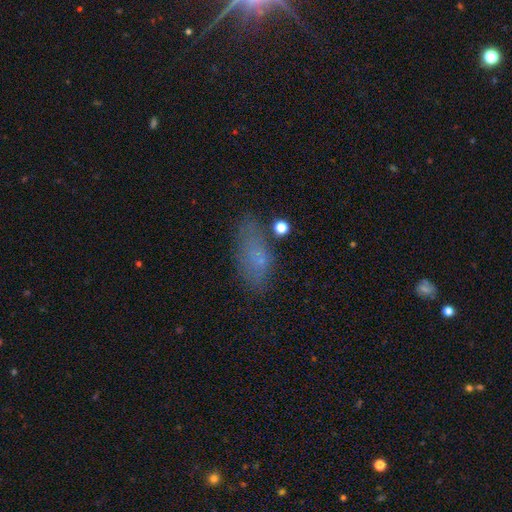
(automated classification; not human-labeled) A smooth galaxy with no disk features (65%) that is in between round and cigar-shaped (82%). Merging: none (67%).